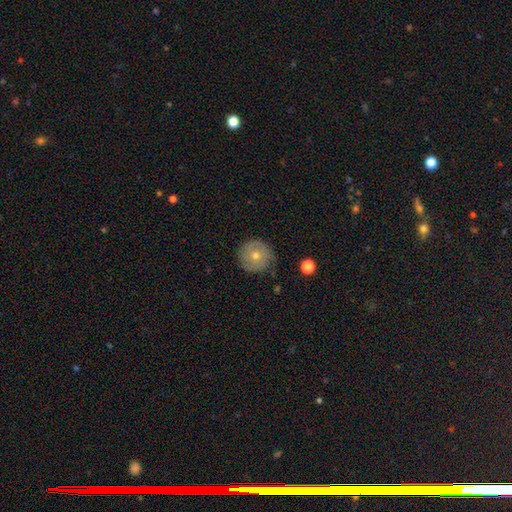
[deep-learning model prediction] A smooth galaxy with no disk features (47%).

Vote fractions:
- Smooth or featured? smooth: 47% / featured or disk: 43% / star or artifact: 10%
- Merging? none: 82% / minor disturbance: 13% / major disturbance: 3% / merger: 1%